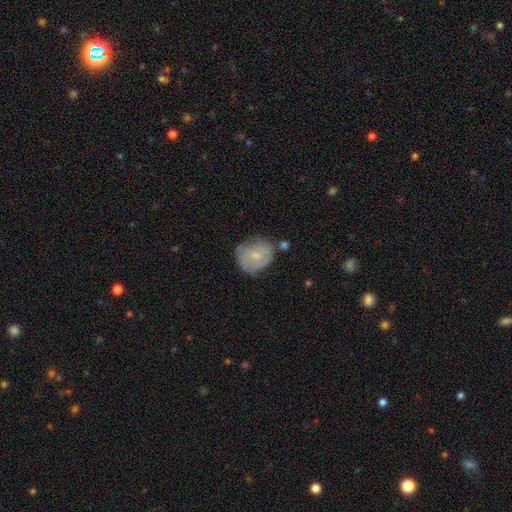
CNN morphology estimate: The model was most divided on "merging": none: 53%, minor disturbance: 32%, major disturbance: 10%, merger: 5%. More confident: how rounded — round (64%); smooth or featured — smooth (62%).